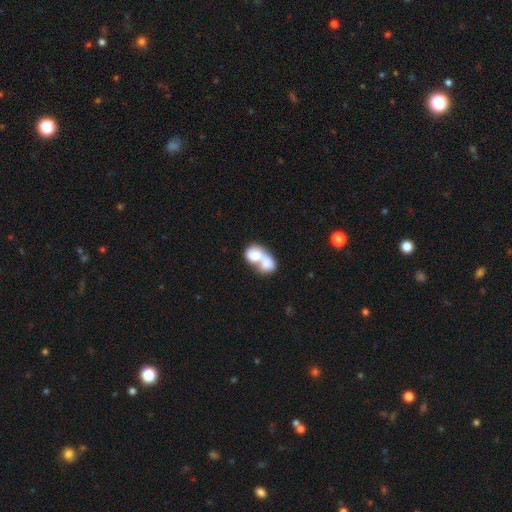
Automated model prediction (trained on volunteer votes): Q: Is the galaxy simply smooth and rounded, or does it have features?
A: smooth — 63%.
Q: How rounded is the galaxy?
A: in between — 72%.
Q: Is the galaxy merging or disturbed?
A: merger — 80%.